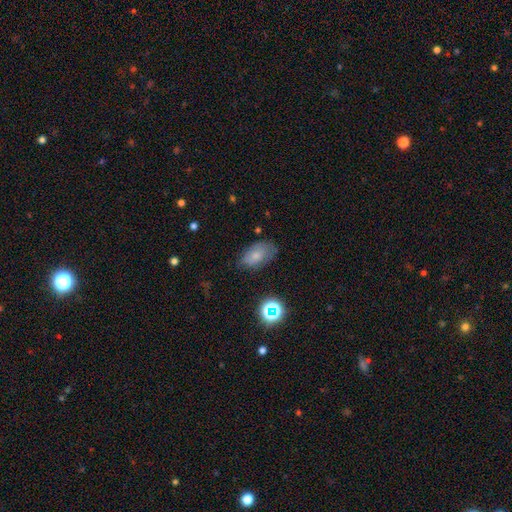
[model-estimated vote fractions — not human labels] This appears to be a smooth galaxy with no disk features (67%) that is in between round and cigar-shaped (90%). Merging: none (60%).